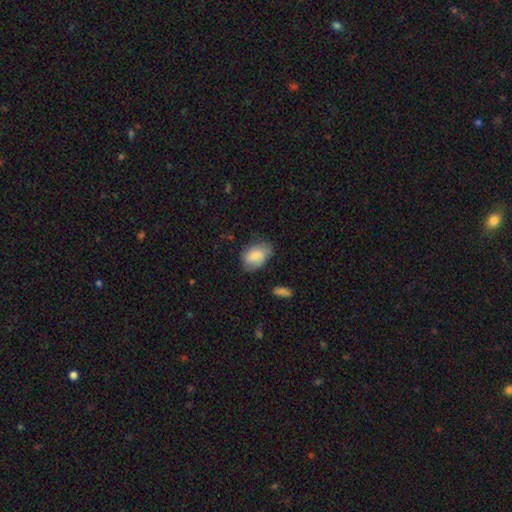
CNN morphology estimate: Overall: smooth (77%). How rounded: in between (84%). Merging: none (62%; minor disturbance 29%).